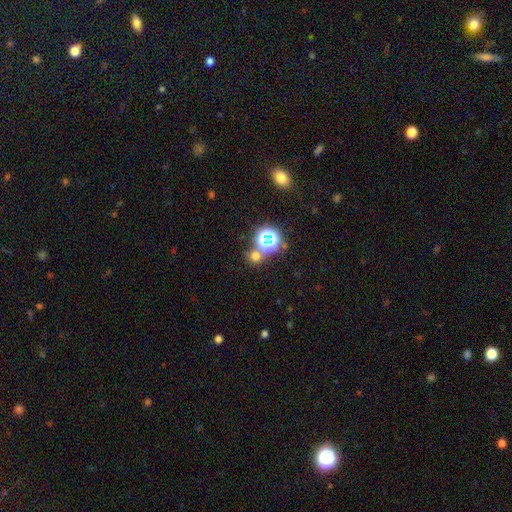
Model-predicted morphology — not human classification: type=smooth (56%); roundness=round (85%); merging=none (70%).